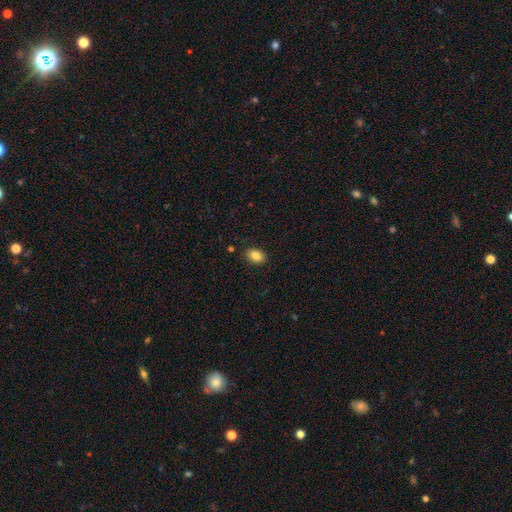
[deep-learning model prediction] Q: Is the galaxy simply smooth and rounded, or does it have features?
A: smooth — 86%.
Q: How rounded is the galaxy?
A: in between — 85%.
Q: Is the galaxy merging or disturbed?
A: none — 87%.